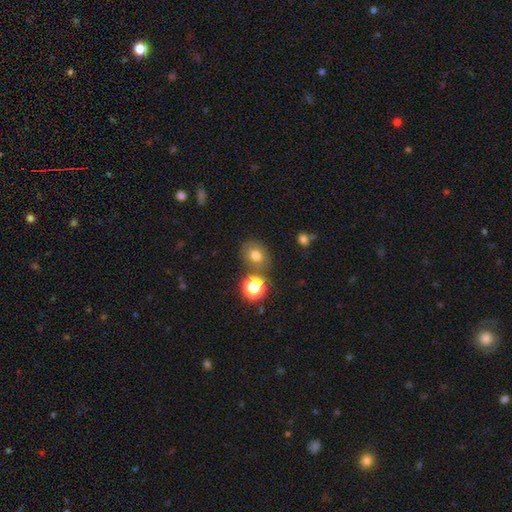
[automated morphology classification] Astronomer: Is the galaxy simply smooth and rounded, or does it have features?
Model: smooth — 72%.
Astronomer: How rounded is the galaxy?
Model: round — 57% (runner-up: in between, 42%).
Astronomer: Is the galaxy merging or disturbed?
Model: none — 69%.